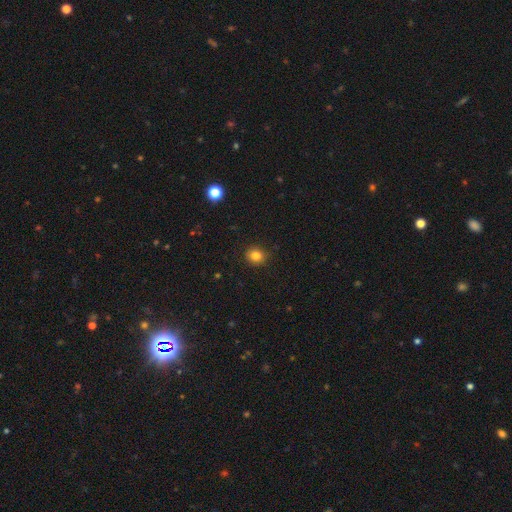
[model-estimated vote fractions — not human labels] Smooth or featured: smooth — 83% (star or artifact — 12%)
How rounded: round — 78% (in between — 21%)
Merging: none — 89% (minor disturbance — 8%)